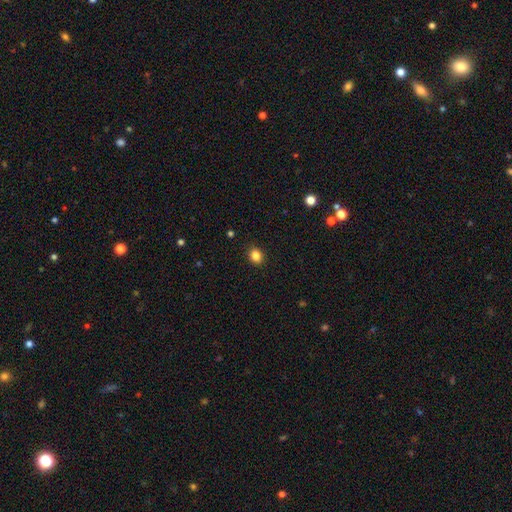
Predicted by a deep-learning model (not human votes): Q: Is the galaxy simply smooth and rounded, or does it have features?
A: smooth — 85%.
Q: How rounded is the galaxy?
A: round — 63%.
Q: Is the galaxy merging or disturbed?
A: none — 90%.